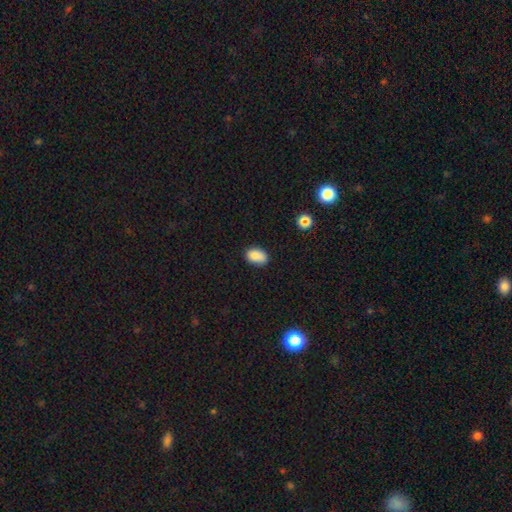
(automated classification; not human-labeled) Smooth or featured?
  - smooth: 85% *
  - star or artifact: 9%
  - featured or disk: 6%
How rounded?
  - in between: 83% *
  - round: 16%
  - cigar-shaped: 1%
Merging?
  - none: 75% *
  - minor disturbance: 20%
  - major disturbance: 3%
  - merger: 2%